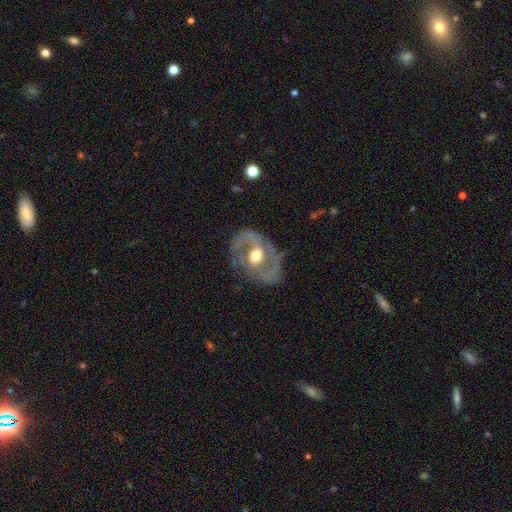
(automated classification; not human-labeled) Overall: featured or disk (86%). Edge-on disk: no (96%). Bar: no (46%; weak 37%). Spiral arms: yes (87%). Spiral arm count: 2 (79%). Spiral winding: medium (49%; tight 30%). Bulge size: moderate (76%). Merging: none (71%).